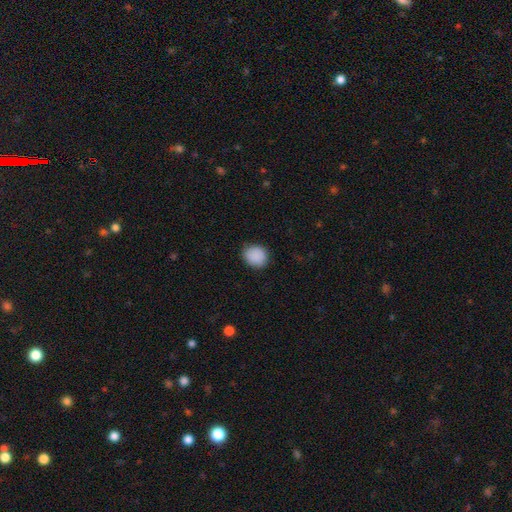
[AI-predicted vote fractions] Q: Smooth or featured?
A: smooth (89%); runner-up: star or artifact (8%)
Q: How rounded?
A: round (74%); runner-up: in between (25%)
Q: Merging?
A: none (83%); runner-up: minor disturbance (13%)